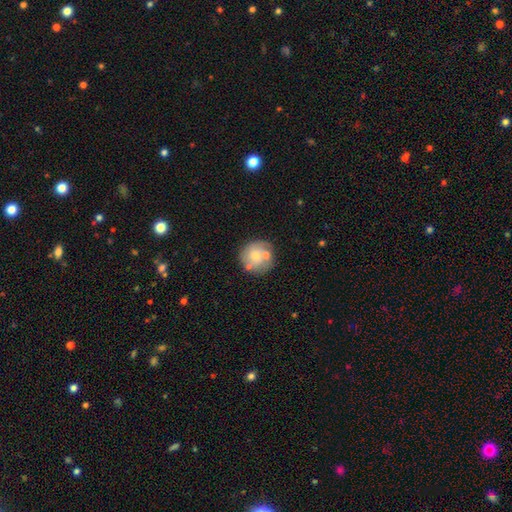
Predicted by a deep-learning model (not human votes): Smooth or featured? smooth (64%)
How rounded? round (91%)
Merging? none (64%)